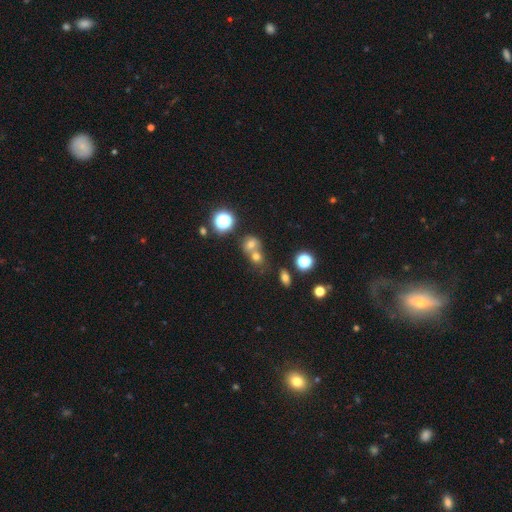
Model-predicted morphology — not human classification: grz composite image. It shows a smooth galaxy with no disk features (60%) that is round (72%). Merging: merger (53%).